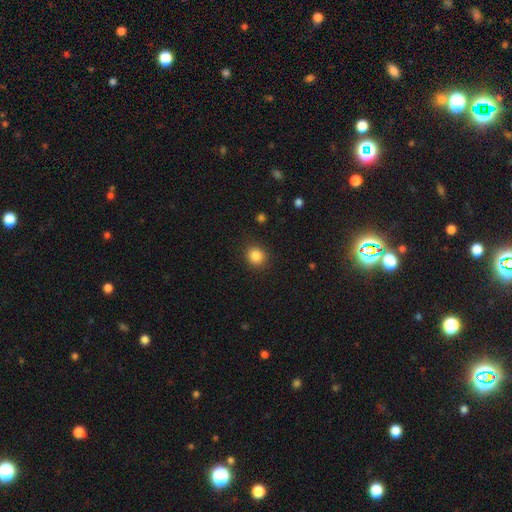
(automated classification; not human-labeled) The model was most divided on "how rounded": round: 86%, in between: 13%, cigar-shaped: 1%. More confident: merging — none (88%); smooth or featured — smooth (86%).